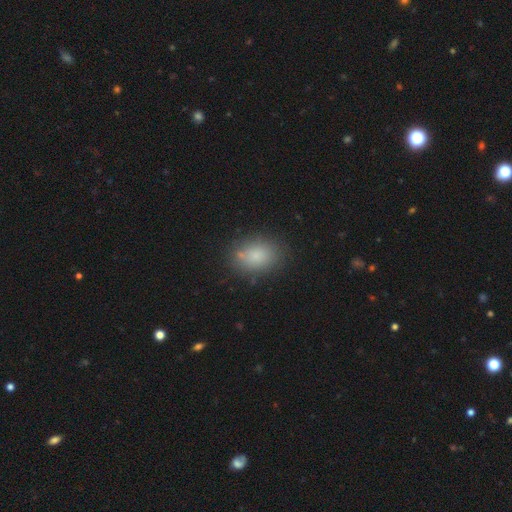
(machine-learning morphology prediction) Smooth or featured? smooth (81%)
How rounded? in between (74%)
Merging? none (76%)